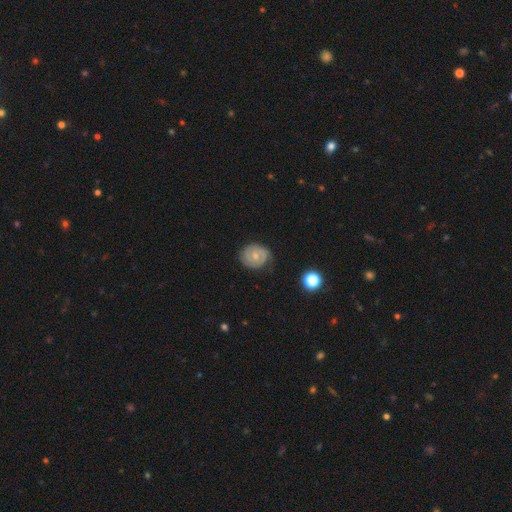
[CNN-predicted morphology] A featured or disk galaxy (68%) with no bar (65%), 2 (65%) tight (65%) spiral arms (85%) and a small central bulge (57%). Merging: none (74%).